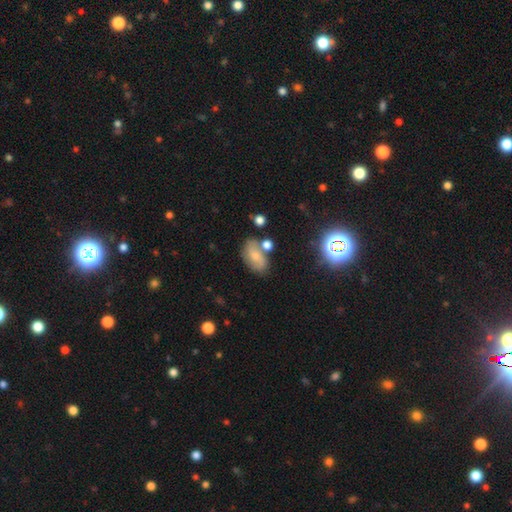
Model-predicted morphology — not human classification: smooth 57%, featured or disk 31%, star or artifact 12%. Down the decision tree: how rounded — in between (87%); merging — none (56%).